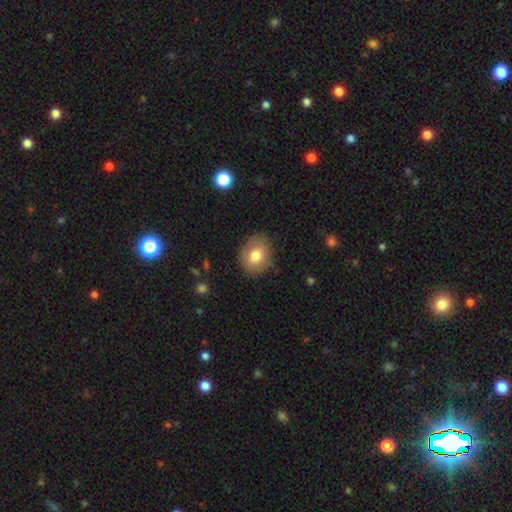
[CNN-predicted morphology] smooth_or_featured: smooth (p=0.76) [alt: featured or disk p=0.16]
how_rounded: round (p=0.54) [alt: in between p=0.45]
merging: none (p=0.83) [alt: minor disturbance p=0.13]